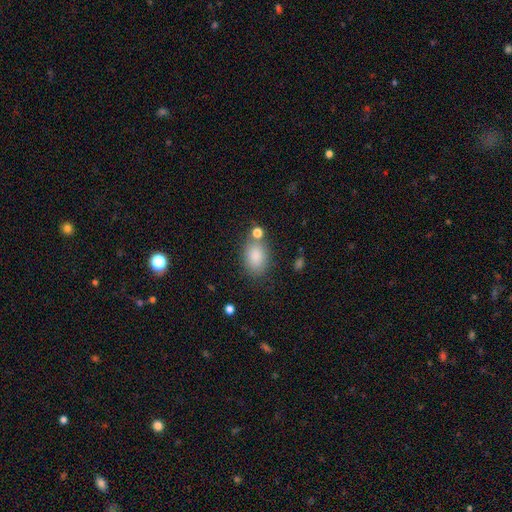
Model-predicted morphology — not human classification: Smooth or featured?
  - smooth: 85% *
  - star or artifact: 8%
  - featured or disk: 6%
How rounded?
  - in between: 79% *
  - round: 19%
  - cigar-shaped: 1%
Merging?
  - none: 66% *
  - minor disturbance: 16%
  - merger: 12%
  - major disturbance: 6%